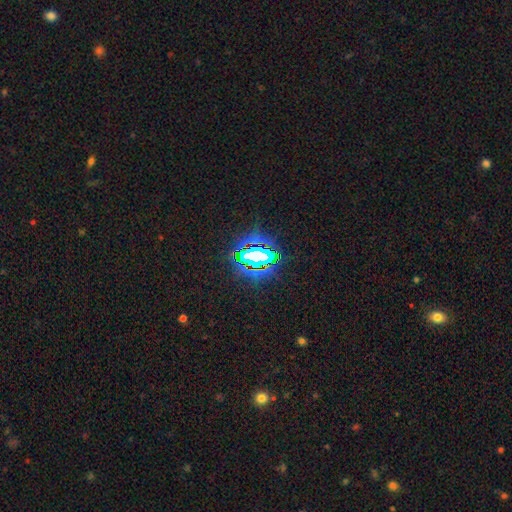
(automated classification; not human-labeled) The model was most divided on "smooth or featured": star or artifact: 66%, smooth: 19%, featured or disk: 15%.